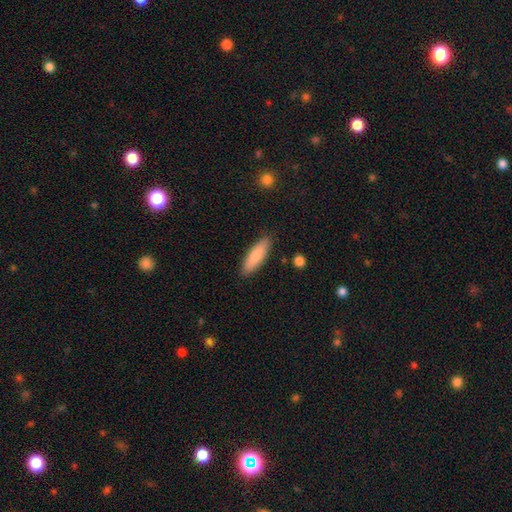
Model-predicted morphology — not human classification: Q: Smooth or featured?
A: smooth (83%); runner-up: featured or disk (11%)
Q: How rounded?
A: cigar-shaped (54%); runner-up: in between (44%)
Q: Merging?
A: none (87%); runner-up: minor disturbance (10%)